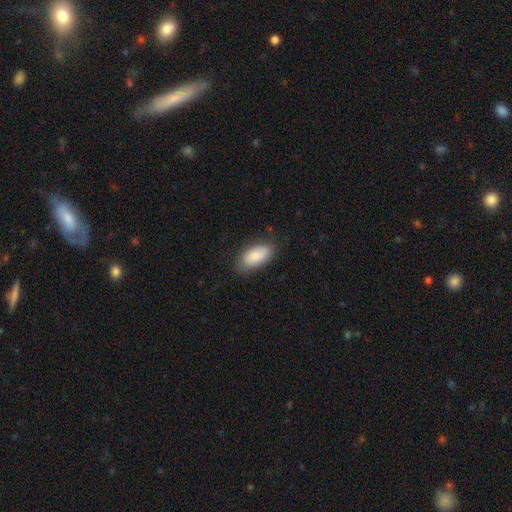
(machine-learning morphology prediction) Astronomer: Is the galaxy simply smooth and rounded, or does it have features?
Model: smooth — 82%.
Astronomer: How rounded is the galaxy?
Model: in between — 92%.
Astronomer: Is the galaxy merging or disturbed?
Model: none — 80%.